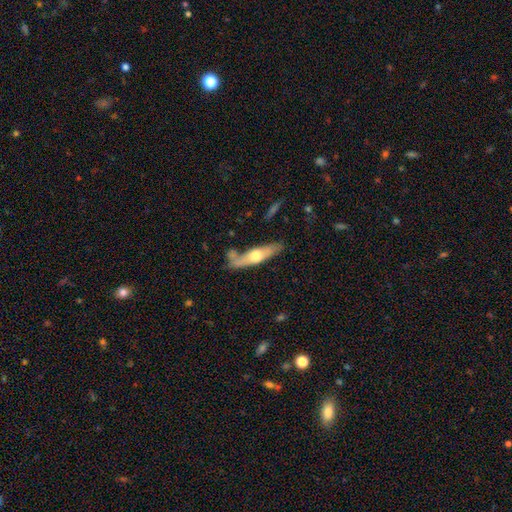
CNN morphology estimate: This appears to be a featured or disk galaxy (47%, tied with smooth). Merging: none (62%).